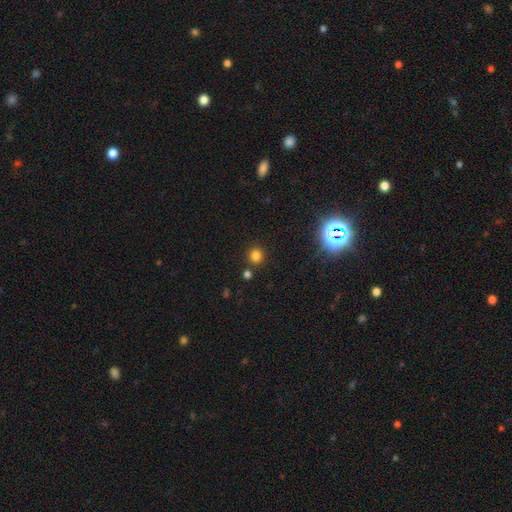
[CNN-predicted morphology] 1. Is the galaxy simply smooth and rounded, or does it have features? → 78% smooth, 18% star or artifact, 5% featured or disk.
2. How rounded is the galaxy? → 92% round, 7% in between, 1% cigar-shaped.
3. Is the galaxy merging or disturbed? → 84% none, 7% merger, 6% minor disturbance, 3% major disturbance.